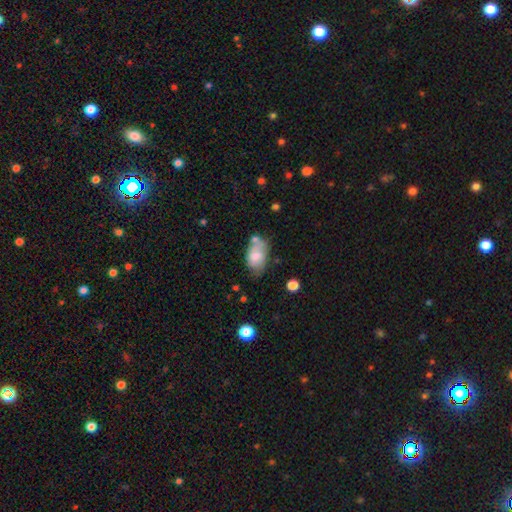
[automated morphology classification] This appears to be a smooth galaxy with no disk features (72%) that is in between round and cigar-shaped (93%). Merging: none (50%).